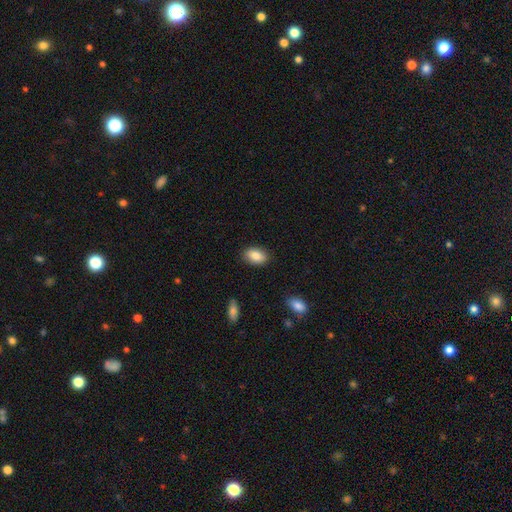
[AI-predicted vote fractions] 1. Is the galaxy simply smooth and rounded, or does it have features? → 85% smooth, 8% featured or disk, 7% star or artifact.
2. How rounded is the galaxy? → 90% in between, 8% round, 2% cigar-shaped.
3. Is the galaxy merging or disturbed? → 88% none, 9% minor disturbance, 2% major disturbance, 1% merger.